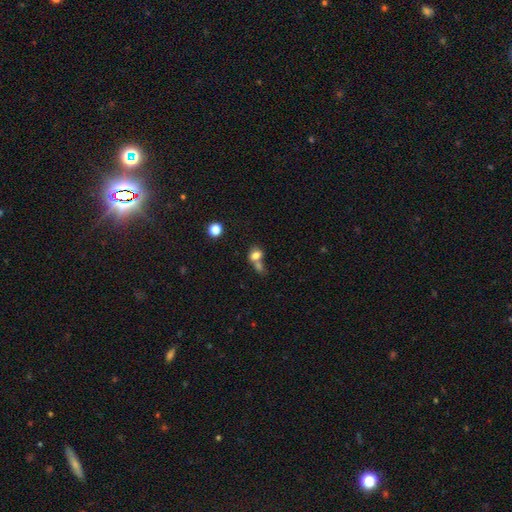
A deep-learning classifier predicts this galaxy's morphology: Smooth or featured? Predicted: smooth (p=0.77). How rounded? Predicted: round (p=0.49, tied with in between). Merging? Predicted: merger (p=0.57).